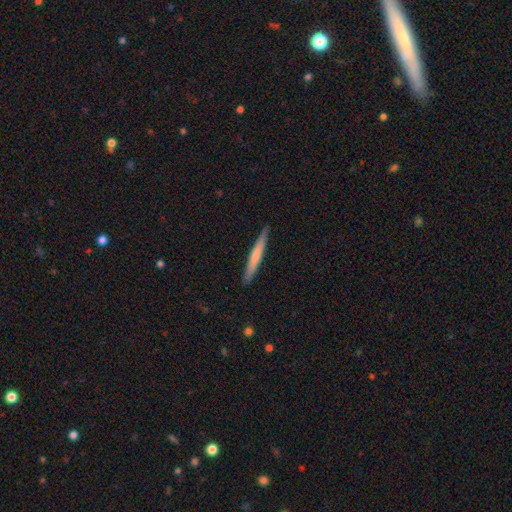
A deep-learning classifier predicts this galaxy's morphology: This is possibly a smooth galaxy (58%). How rounded: clearly cigar-shaped (96%). Merging: clearly none (90%).